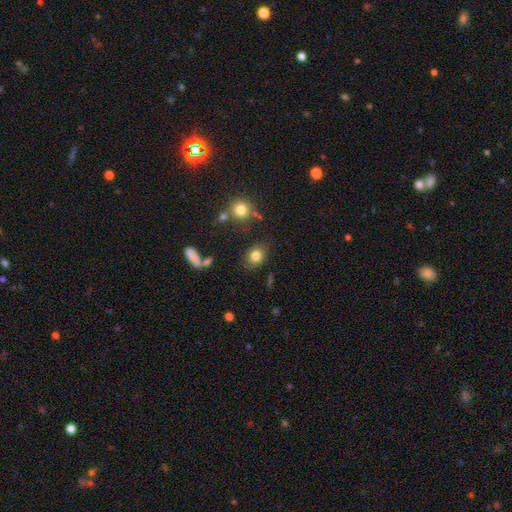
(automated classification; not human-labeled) Smooth or featured?
  - smooth: 80% *
  - star or artifact: 11%
  - featured or disk: 9%
How rounded?
  - in between: 54% *
  - round: 45%
  - cigar-shaped: 1%
Merging?
  - none: 79% *
  - minor disturbance: 13%
  - major disturbance: 4%
  - merger: 4%